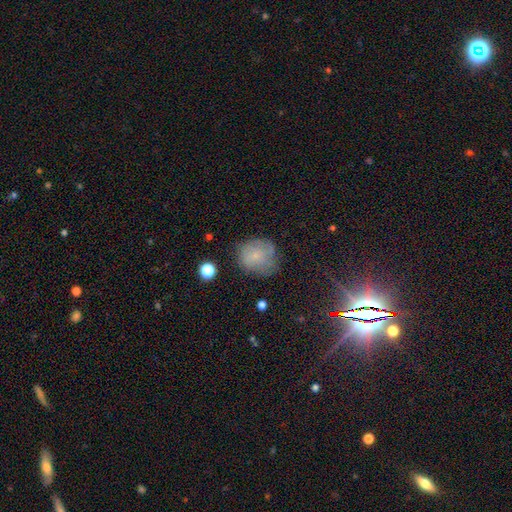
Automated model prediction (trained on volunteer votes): Smooth or featured? Predicted: smooth (p=0.52). How rounded? Predicted: round (p=0.77). Merging? Predicted: none (p=0.62).